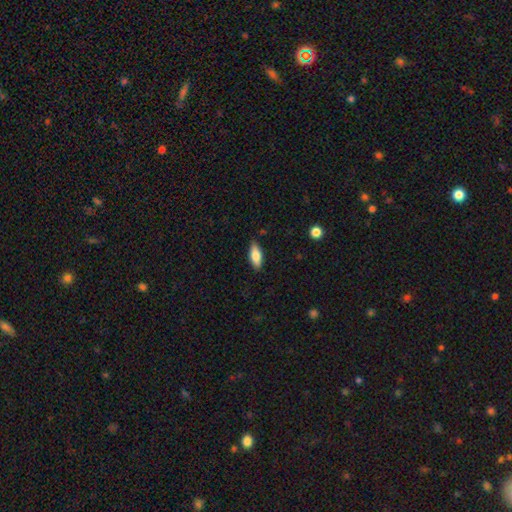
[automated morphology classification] A smooth galaxy with no disk features (78%) that is in between round and cigar-shaped (79%). Merging: none (85%).